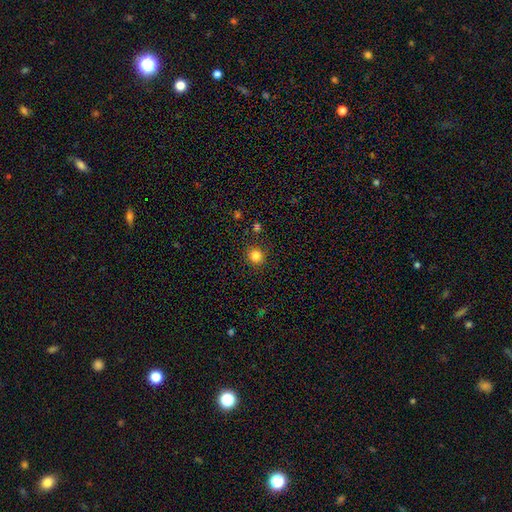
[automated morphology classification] This is clearly a smooth galaxy (83%). How rounded: clearly round (91%). Merging: clearly none (89%).